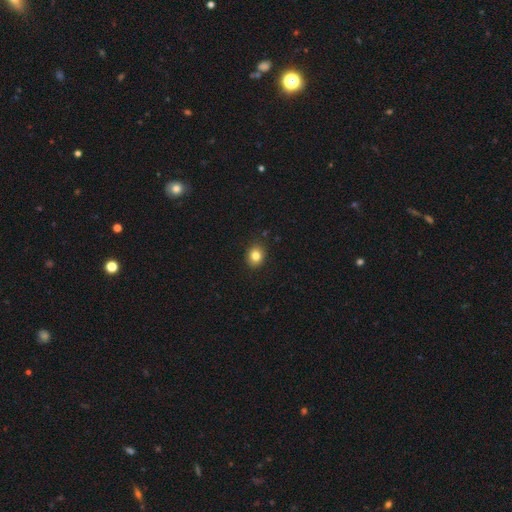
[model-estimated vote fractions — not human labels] smooth 82%, star or artifact 11%, featured or disk 7%. Down the decision tree: how rounded — round (61%); merging — none (89%).